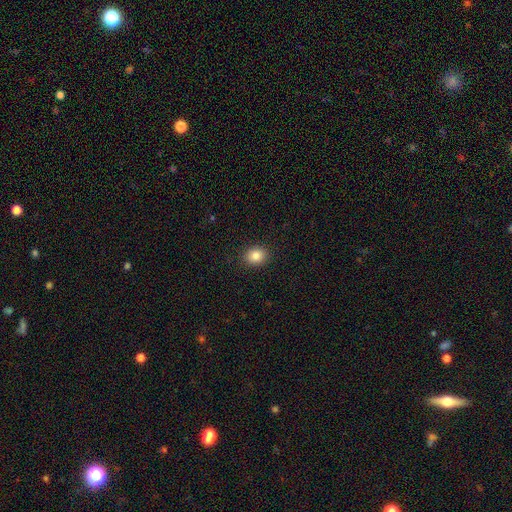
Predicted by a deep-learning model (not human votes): Smooth or featured: smooth — 85% (star or artifact — 10%)
How rounded: round — 54% (in between — 45%)
Merging: none — 90% (minor disturbance — 7%)